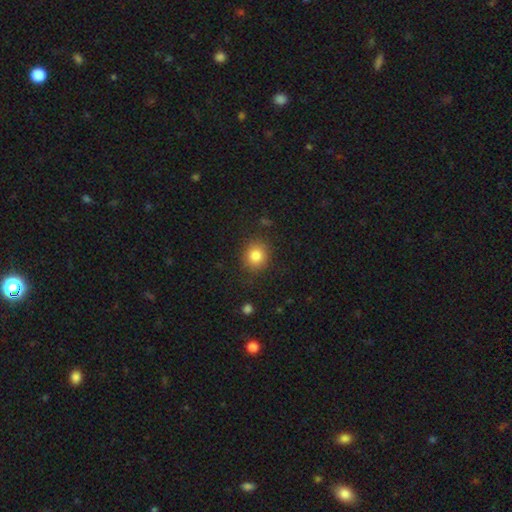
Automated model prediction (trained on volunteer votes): Overall: smooth (84%). How rounded: round (82%). Merging: none (85%).